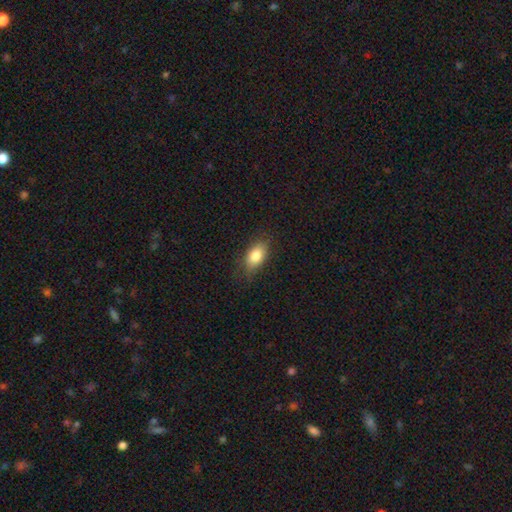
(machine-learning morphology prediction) Q: Smooth or featured?
A: smooth (81%); runner-up: featured or disk (11%)
Q: How rounded?
A: in between (86%); runner-up: round (10%)
Q: Merging?
A: none (78%); runner-up: minor disturbance (17%)